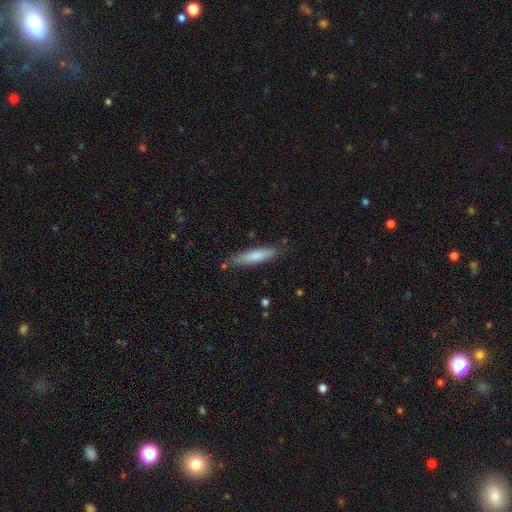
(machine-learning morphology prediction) Smooth or featured? smooth (78%)
How rounded? cigar-shaped (78%)
Merging? none (80%)